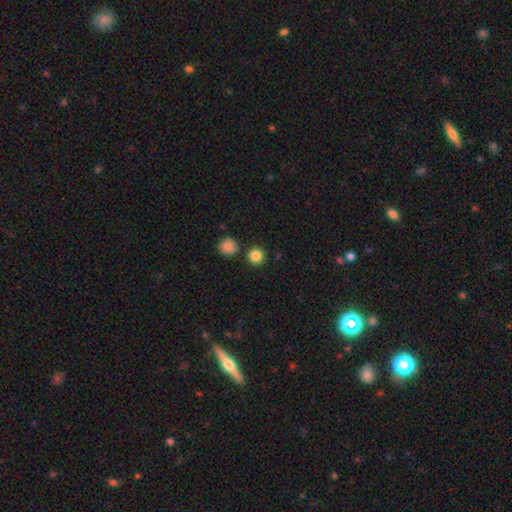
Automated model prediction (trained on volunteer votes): smooth_or_featured: smooth (p=0.85) [alt: star or artifact p=0.11]
how_rounded: round (p=0.93) [alt: in between p=0.06]
merging: none (p=0.83) [alt: merger p=0.09]